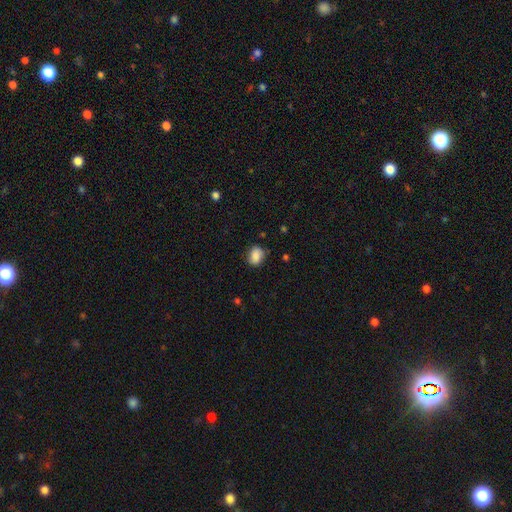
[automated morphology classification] This is clearly a smooth galaxy (85%). How rounded: possibly in between (58%). Merging: likely none (79%).